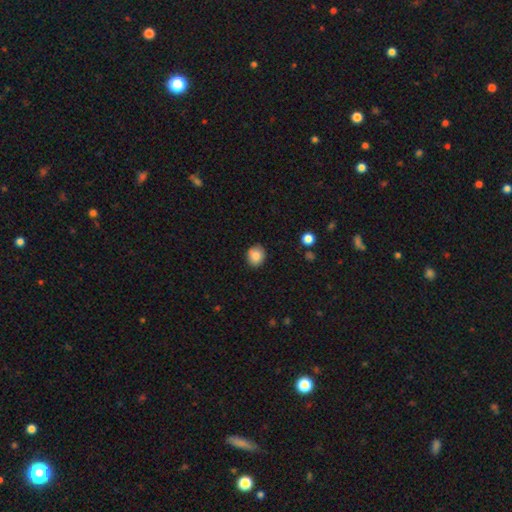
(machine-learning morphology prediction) smooth_or_featured: smooth (p=0.84) [alt: star or artifact p=0.09]
how_rounded: round (p=0.71) [alt: in between p=0.28]
merging: none (p=0.86) [alt: minor disturbance p=0.11]